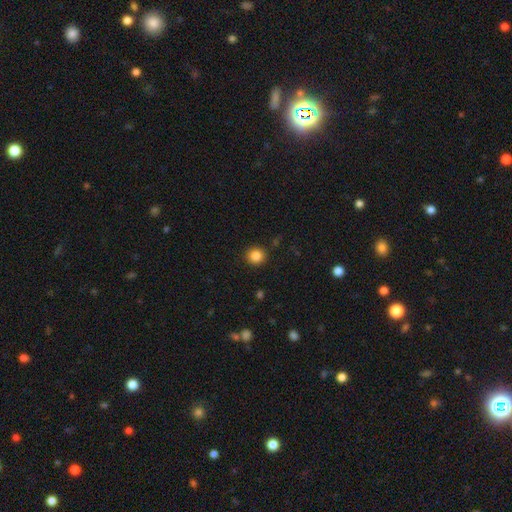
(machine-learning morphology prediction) This is clearly a smooth galaxy (86%). How rounded: clearly round (92%). Merging: clearly none (90%).